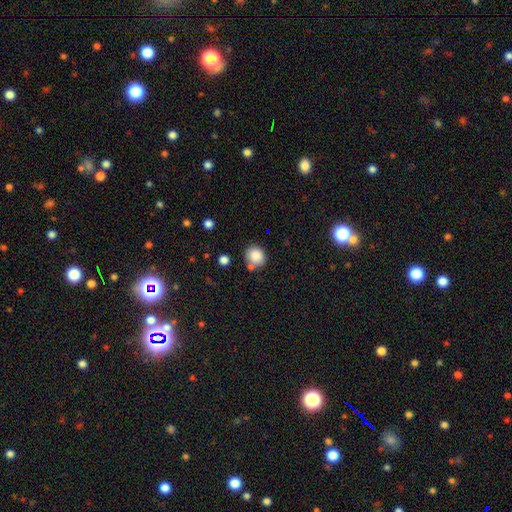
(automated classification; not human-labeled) Smooth or featured? smooth (86%)
How rounded? round (79%)
Merging? none (69%)